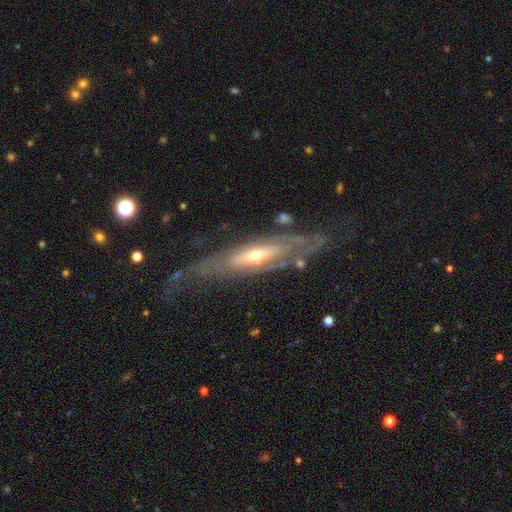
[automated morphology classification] Smooth or featured? featured or disk (81%)
Edge-on disk? no (59%)
Merging? none (59%)